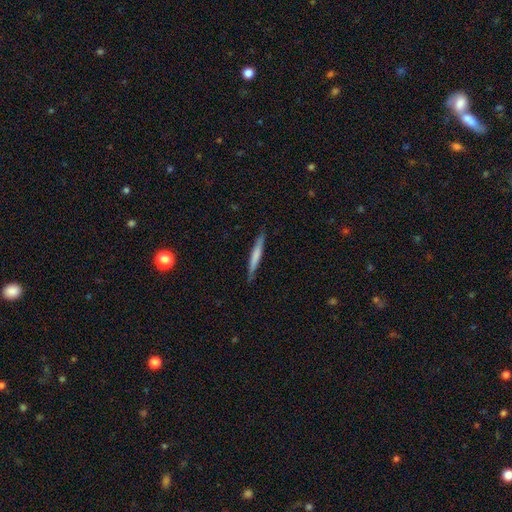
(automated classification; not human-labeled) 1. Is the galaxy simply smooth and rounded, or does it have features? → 64% smooth, 31% featured or disk, 5% star or artifact.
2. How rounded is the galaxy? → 95% cigar-shaped, 3% in between, 1% round.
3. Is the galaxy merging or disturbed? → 88% none, 10% minor disturbance, 2% major disturbance, 1% merger.